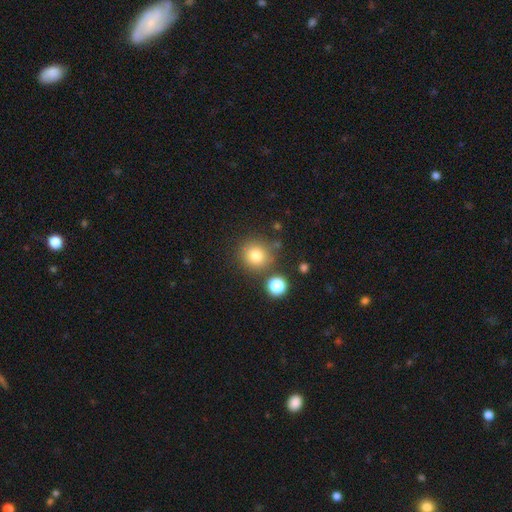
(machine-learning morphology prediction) The model was most divided on "smooth or featured": smooth: 79%, star or artifact: 13%, featured or disk: 8%. More confident: how rounded — round (92%); merging — none (78%).